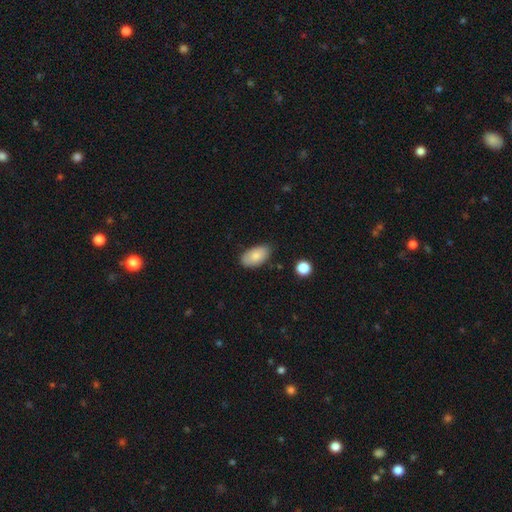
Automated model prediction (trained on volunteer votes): smooth-or-featured: smooth: 82% | featured or disk: 11% | star or artifact: 7%
  how-rounded: in between: 94% | round: 4% | cigar-shaped: 2%
  merging: none: 76% | minor disturbance: 19% | major disturbance: 3% | merger: 2%